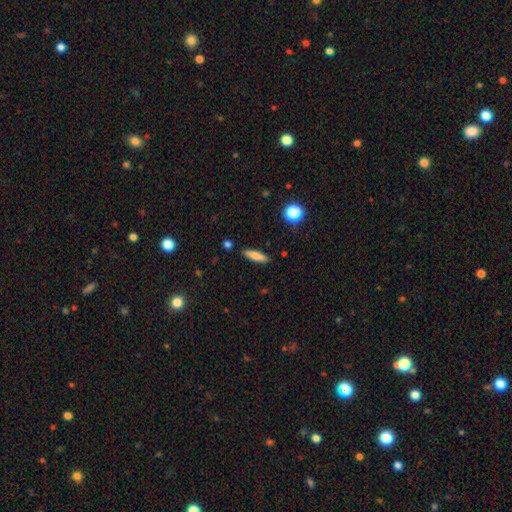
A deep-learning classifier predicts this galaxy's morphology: A smooth galaxy with no disk features (77%) that is cigar-shaped (67%). Merging: none (88%).